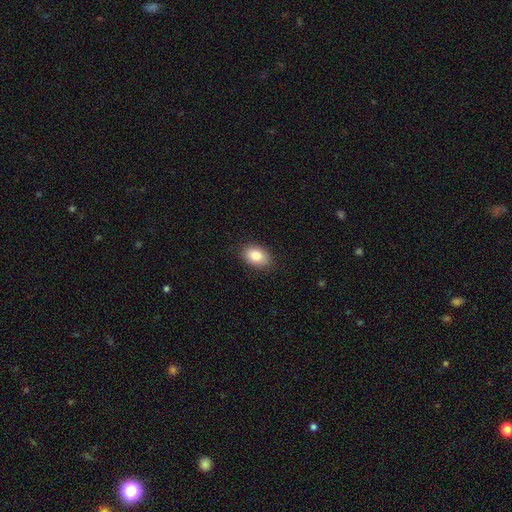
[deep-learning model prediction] Smooth or featured?
  - smooth: 85% *
  - star or artifact: 8%
  - featured or disk: 7%
How rounded?
  - in between: 83% *
  - round: 16%
  - cigar-shaped: 1%
Merging?
  - none: 87% *
  - minor disturbance: 10%
  - major disturbance: 2%
  - merger: 1%